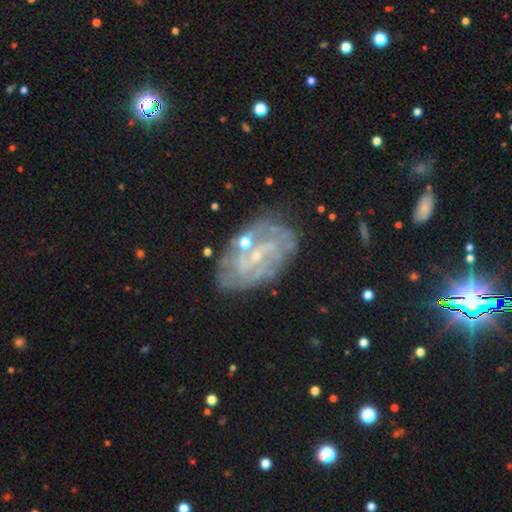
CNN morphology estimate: smooth_or_featured: featured or disk (p=0.76) [alt: smooth p=0.13]
disk_edge_on: no (p=0.95) [alt: yes p=0.05]
bar: weak (p=0.42) [tied with: no p=0.42]
has_spiral_arms: yes (p=0.79) [alt: no p=0.21]
spiral_winding: tight (p=0.56) [alt: medium p=0.31]
spiral_arm_count: can't tell (p=0.47) [alt: 2 p=0.23]
bulge_size: small (p=0.75) [alt: moderate p=0.15]
merging: none (p=0.70) [alt: minor disturbance p=0.17]